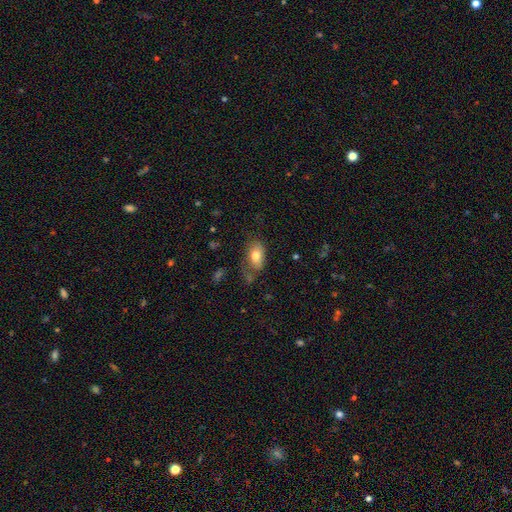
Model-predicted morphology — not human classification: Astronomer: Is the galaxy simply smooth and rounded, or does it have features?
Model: smooth — 78%.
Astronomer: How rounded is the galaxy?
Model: in between — 90%.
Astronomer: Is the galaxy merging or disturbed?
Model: none — 57%.